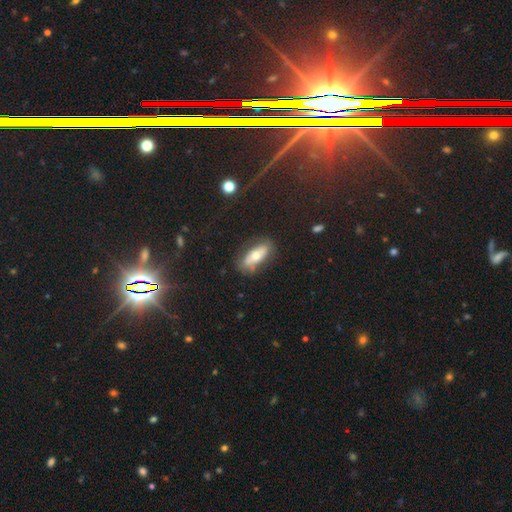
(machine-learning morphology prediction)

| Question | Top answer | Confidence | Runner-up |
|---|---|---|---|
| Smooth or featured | smooth | 56% | featured or disk (35%) |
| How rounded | in between | 72% | cigar-shaped (24%) |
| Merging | none | 74% | minor disturbance (17%) |